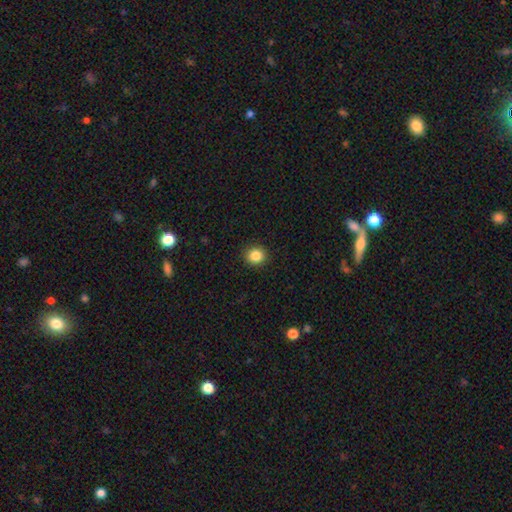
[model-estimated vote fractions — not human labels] smooth_or_featured: smooth (p=0.85) [alt: star or artifact p=0.11]
how_rounded: round (p=0.88) [alt: in between p=0.11]
merging: none (p=0.92) [alt: minor disturbance p=0.05]